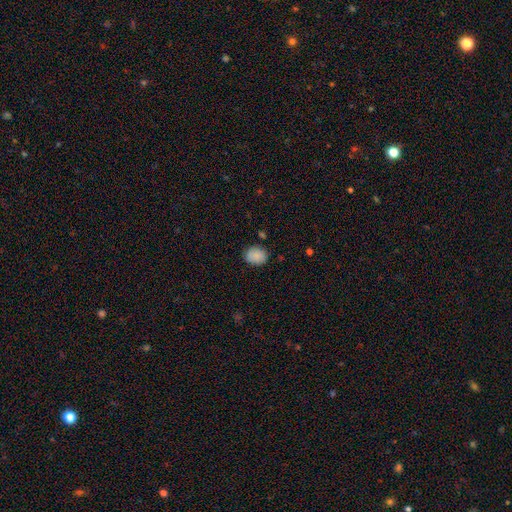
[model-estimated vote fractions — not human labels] Q: Smooth or featured?
A: smooth (88%); runner-up: star or artifact (8%)
Q: How rounded?
A: round (51%); runner-up: in between (48%)
Q: Merging?
A: none (81%); runner-up: minor disturbance (14%)